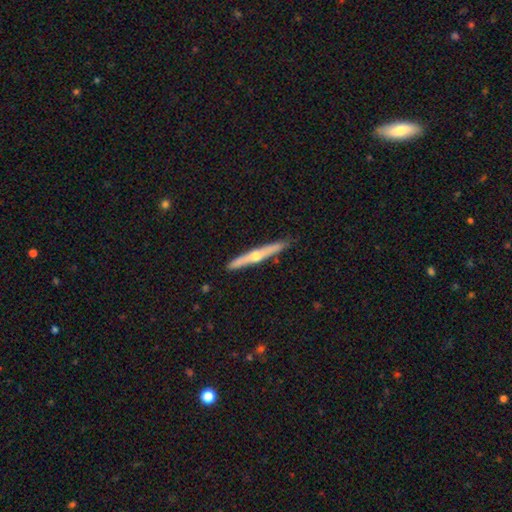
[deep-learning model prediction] A featured or disk galaxy (67%) viewed edge-on (97%) with a rounded central bulge (90%). Merging: none (89%).